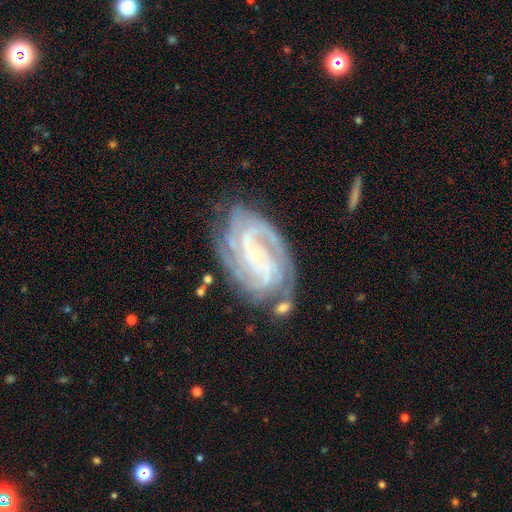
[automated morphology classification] A featured or disk galaxy (91%) with no bar (53%), 4 (27%) tight (67%) spiral arms (98%) and a small central bulge (85%).

Vote fractions:
- Smooth or featured? featured or disk: 91% / star or artifact: 5% / smooth: 4%
- Edge-on disk? no: 97% / yes: 3%
- Bar? no: 53% / weak: 31% / strong: 15%
- Spiral arms? yes: 98% / no: 2%
- Spiral winding? tight: 67% / medium: 29% / loose: 4%
- Spiral arm count? 4: 27% / 3: 26% / 2: 20% / can't tell: 14% / more than 4: 8% / 1: 6%
- Bulge size? small: 85% / moderate: 10% / none: 3% / large: 1% / dominant: 1%
- Merging? none: 72% / minor disturbance: 18% / major disturbance: 6% / merger: 3%